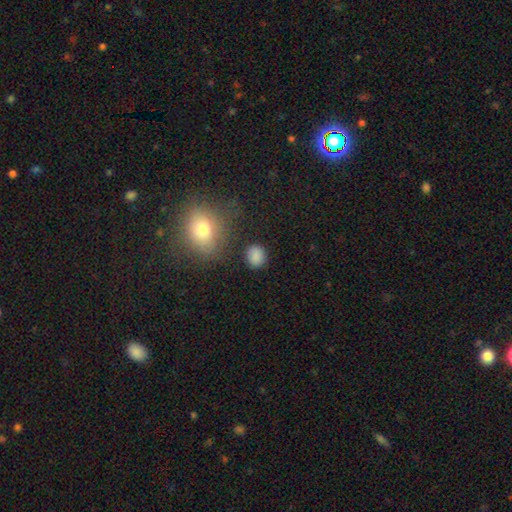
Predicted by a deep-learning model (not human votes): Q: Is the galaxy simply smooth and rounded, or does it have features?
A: smooth — 85%.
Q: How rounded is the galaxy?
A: round — 68%.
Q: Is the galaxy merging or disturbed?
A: none — 83%.